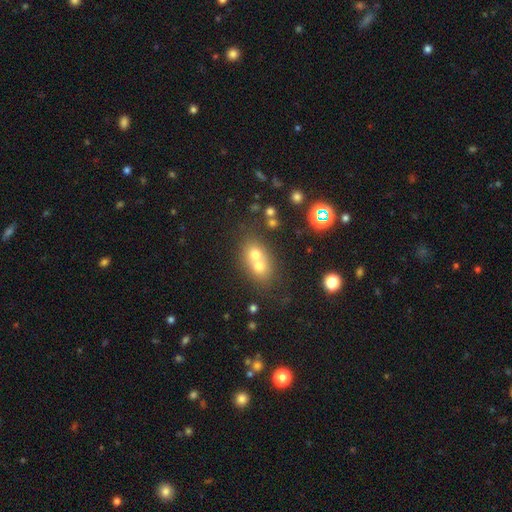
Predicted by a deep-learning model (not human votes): Smooth or featured?
  - smooth: 59% *
  - featured or disk: 23%
  - star or artifact: 18%
How rounded?
  - round: 57% *
  - in between: 41%
  - cigar-shaped: 2%
Merging?
  - merger: 63% *
  - none: 28%
  - minor disturbance: 6%
  - major disturbance: 3%